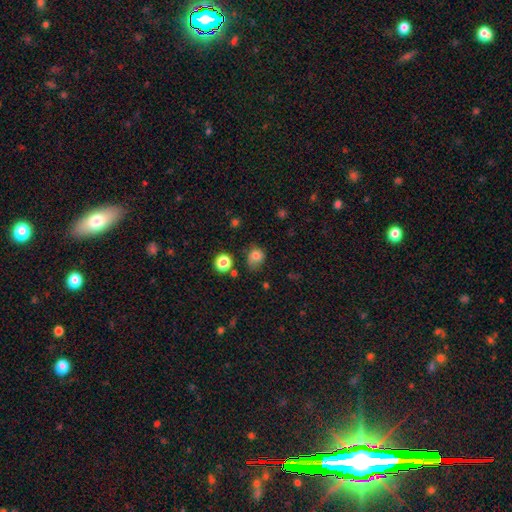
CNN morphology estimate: A smooth galaxy with no disk features (78%) that is round (63%).

Vote fractions:
- Smooth or featured? smooth: 78% / star or artifact: 13% / featured or disk: 9%
- How rounded? round: 63% / in between: 36% / cigar-shaped: 1%
- Merging? none: 56% / minor disturbance: 31% / major disturbance: 10% / merger: 3%